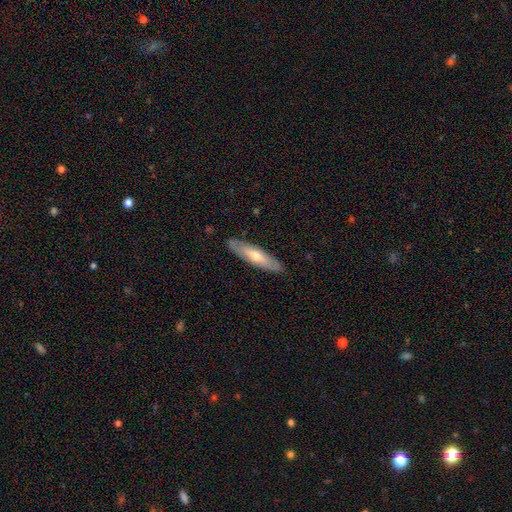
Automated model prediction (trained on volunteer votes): Smooth or featured?
  - smooth: 47% * (tied)
  - featured or disk: 47% * (tied)
  - star or artifact: 6%
Merging?
  - none: 86% *
  - minor disturbance: 10%
  - major disturbance: 2%
  - merger: 1%